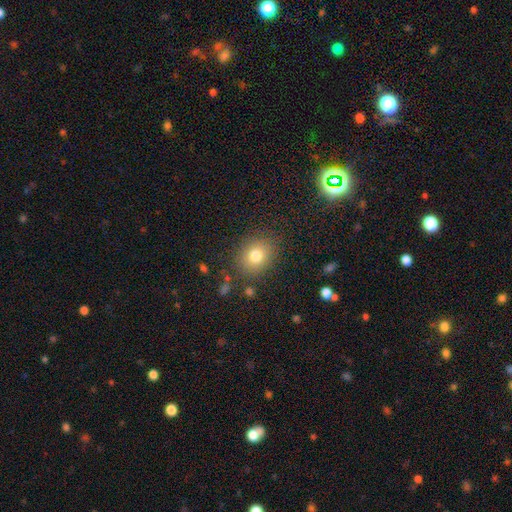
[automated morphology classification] Smooth or featured: smooth — 78% (star or artifact — 13%)
How rounded: round — 63% (in between — 36%)
Merging: none — 85% (minor disturbance — 10%)